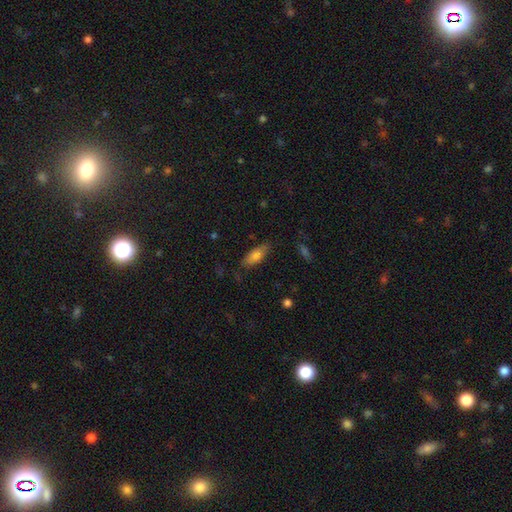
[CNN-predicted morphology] Q: Smooth or featured?
A: smooth (73%); runner-up: featured or disk (20%)
Q: How rounded?
A: in between (68%); runner-up: cigar-shaped (30%)
Q: Merging?
A: none (78%); runner-up: minor disturbance (17%)